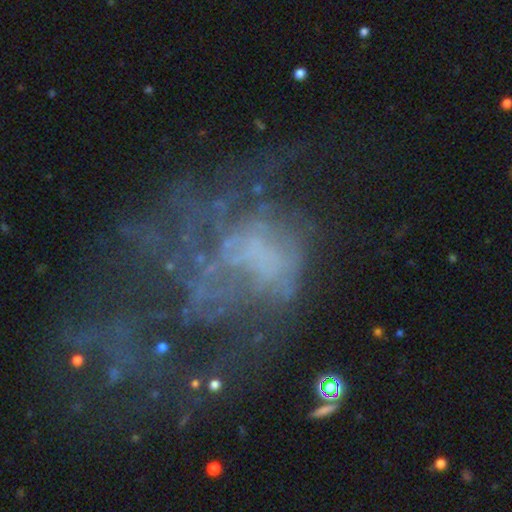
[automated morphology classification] smooth-or-featured: featured or disk: 58% | star or artifact: 25% | smooth: 17%
  disk-edge-on: no: 97% | yes: 3%
    bar: no: 85% | weak: 11% | strong: 4%
    has-spiral-arms: no: 74% | yes: 26%
    bulge-size: none: 71% | moderate: 11% | small: 11% | large: 5% | dominant: 2%
  merging: major disturbance: 52% | none: 26% | minor disturbance: 12% | merger: 9%